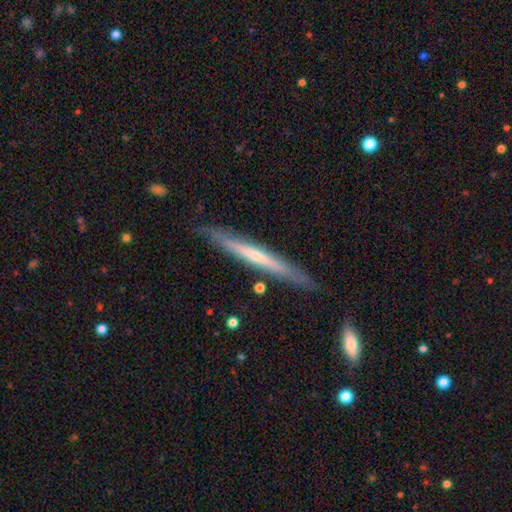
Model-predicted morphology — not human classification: This is likely a featured or disk galaxy (60%). It is clearly viewed edge-on (94%). Edge-on bulge: likely none (61%). Merging: clearly none (84%).